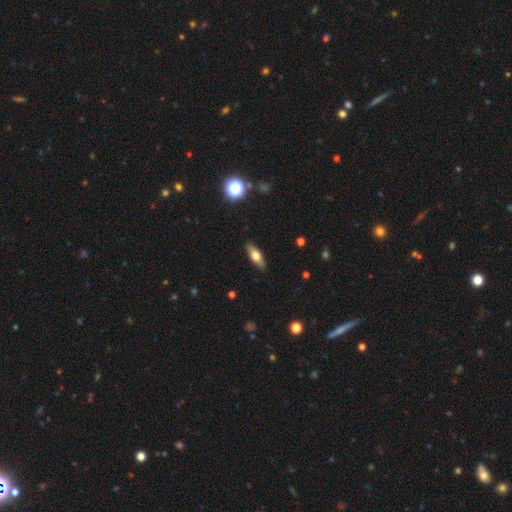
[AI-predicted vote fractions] This is possibly a smooth galaxy (58%). How rounded: possibly in between (59%). Merging: clearly none (89%).